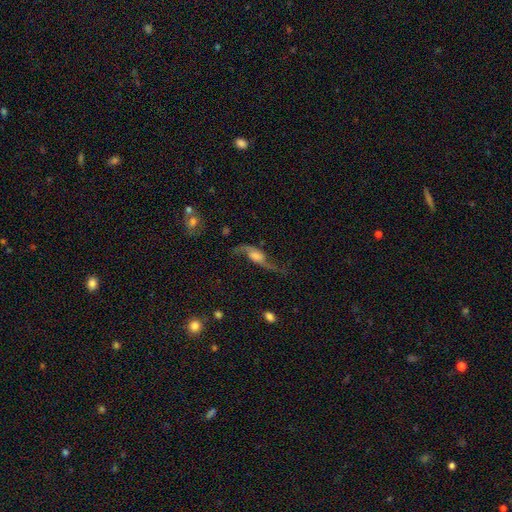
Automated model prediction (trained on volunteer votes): Morphology: type=featured or disk (84%); edge-on=no (86%); bar=no (51%); spiral arms=yes (95%); winding=loose (90%); arm count=2 (93%); bulge=moderate (38%); merging=none (67%).